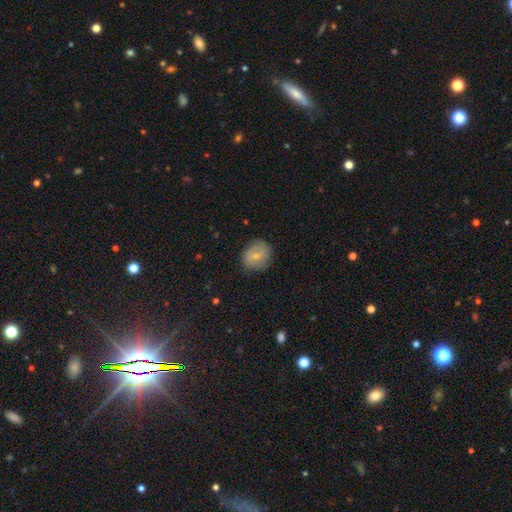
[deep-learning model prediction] Smooth or featured: smooth — 51% (featured or disk — 41%)
How rounded: round — 71% (in between — 28%)
Merging: none — 77% (minor disturbance — 17%)